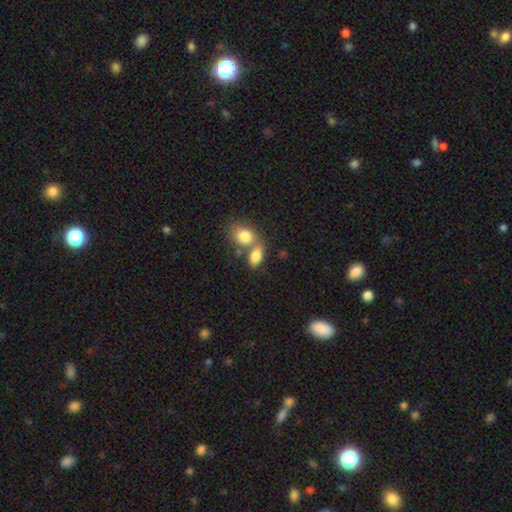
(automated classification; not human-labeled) This is clearly a smooth galaxy (83%). How rounded: clearly in between (85%). Merging: possibly merger (49%).